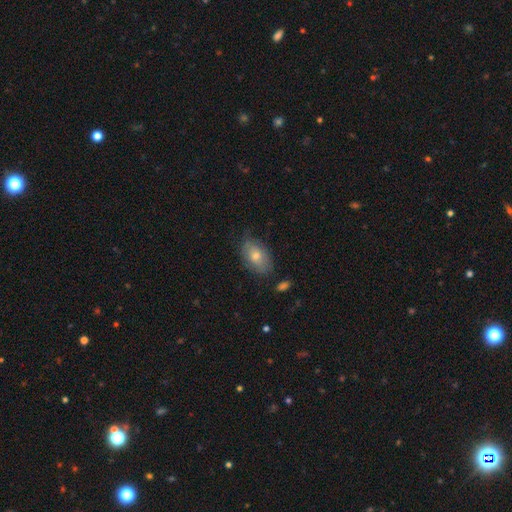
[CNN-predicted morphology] A smooth galaxy with no disk features (62%) that is in between round and cigar-shaped (88%).

Vote fractions:
- Smooth or featured? smooth: 62% / featured or disk: 29% / star or artifact: 9%
- How rounded? in between: 88% / round: 10% / cigar-shaped: 2%
- Merging? none: 71% / minor disturbance: 22% / major disturbance: 5% / merger: 2%